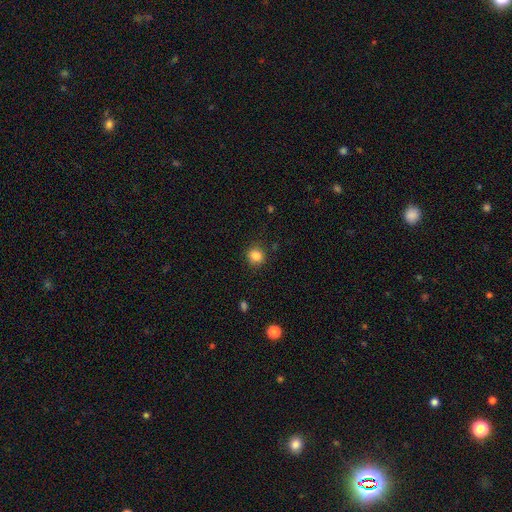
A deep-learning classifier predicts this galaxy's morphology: This appears to be a smooth galaxy with no disk features (85%) that is round (80%). Merging: none (87%).